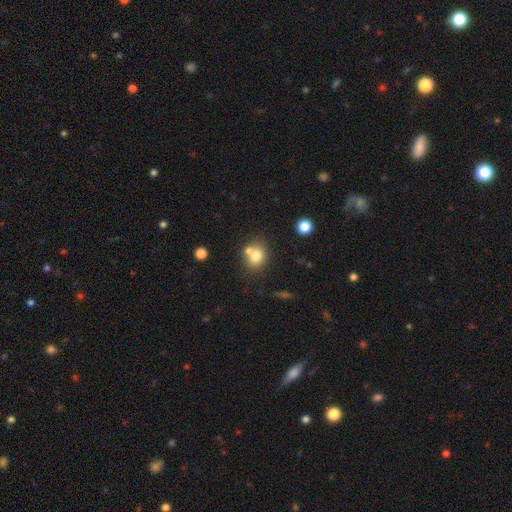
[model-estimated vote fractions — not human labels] Overall: smooth (75%). How rounded: round (65%; in between 34%). Merging: none (51%; merger 36%).